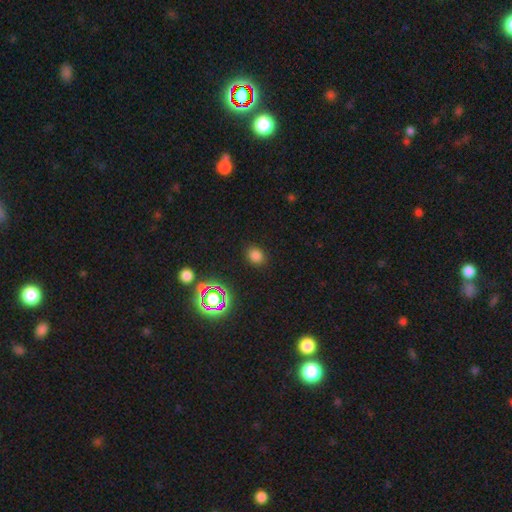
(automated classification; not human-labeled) Smooth or featured?
  - smooth: 74% *
  - star or artifact: 20%
  - featured or disk: 6%
How rounded?
  - round: 59% *
  - in between: 40%
  - cigar-shaped: 1%
Merging?
  - none: 86% *
  - minor disturbance: 9%
  - major disturbance: 3%
  - merger: 1%